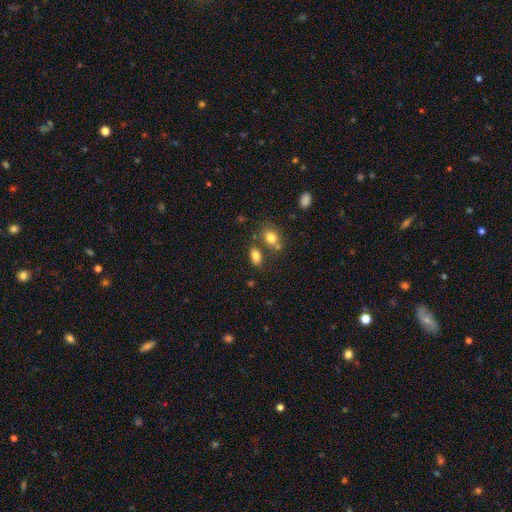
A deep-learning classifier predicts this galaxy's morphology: This is clearly a smooth galaxy (81%). How rounded: clearly in between (88%). Merging: likely none (63%).